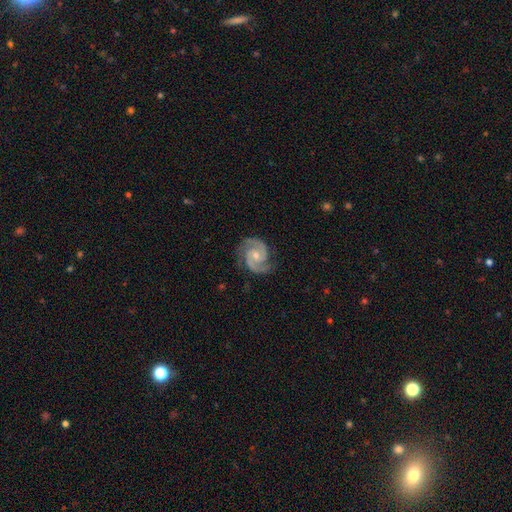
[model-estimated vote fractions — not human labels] Q: Smooth or featured?
A: featured or disk (93%); runner-up: star or artifact (4%)
Q: Edge-on disk?
A: no (98%); runner-up: yes (2%)
Q: Bar?
A: no (58%); runner-up: weak (35%)
Q: Spiral arms?
A: yes (99%); runner-up: no (1%)
Q: Spiral winding?
A: medium (53%); runner-up: tight (40%)
Q: Spiral arm count?
A: 2 (92%); runner-up: 3 (3%)
Q: Bulge size?
A: small (49%); runner-up: moderate (46%)
Q: Merging?
A: none (81%); runner-up: minor disturbance (14%)